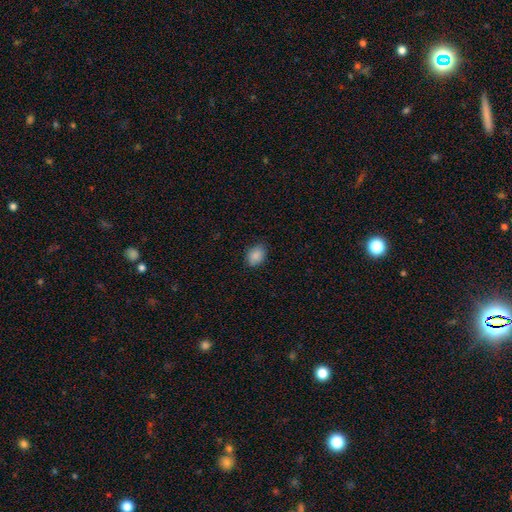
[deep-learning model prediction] Morphology: type=smooth (87%); roundness=in between (67%); merging=none (81%).